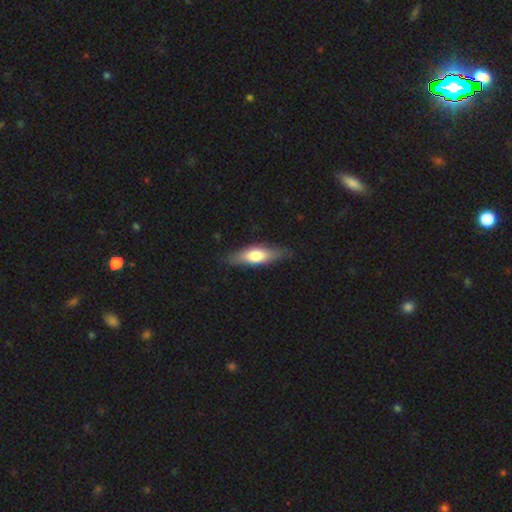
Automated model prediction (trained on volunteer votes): This appears to be a smooth galaxy with no disk features (61%) that is in between round and cigar-shaped (50%). Merging: none (82%).